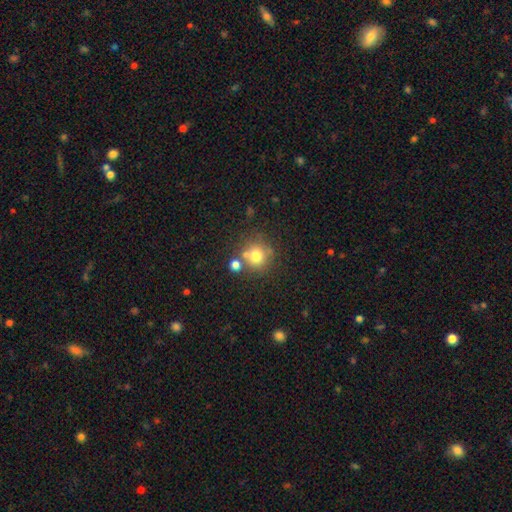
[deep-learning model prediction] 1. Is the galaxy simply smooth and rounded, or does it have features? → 74% smooth, 14% star or artifact, 11% featured or disk.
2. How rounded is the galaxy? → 90% round, 9% in between, 1% cigar-shaped.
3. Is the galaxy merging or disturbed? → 66% none, 21% merger, 10% minor disturbance, 4% major disturbance.